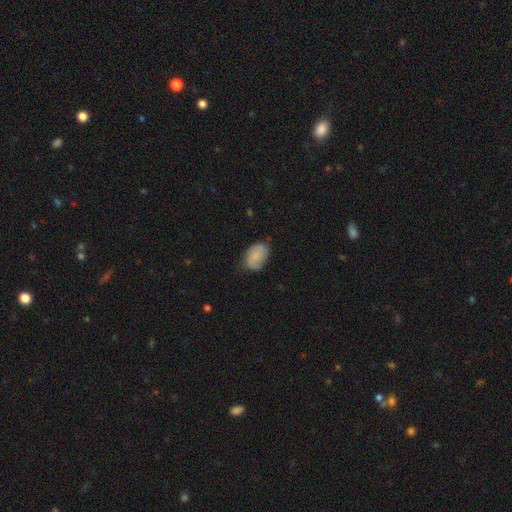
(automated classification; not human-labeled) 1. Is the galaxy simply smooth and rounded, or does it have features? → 79% smooth, 14% featured or disk, 7% star or artifact.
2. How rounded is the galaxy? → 87% in between, 12% round, 1% cigar-shaped.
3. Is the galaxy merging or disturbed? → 59% none, 32% minor disturbance, 7% major disturbance, 1% merger.